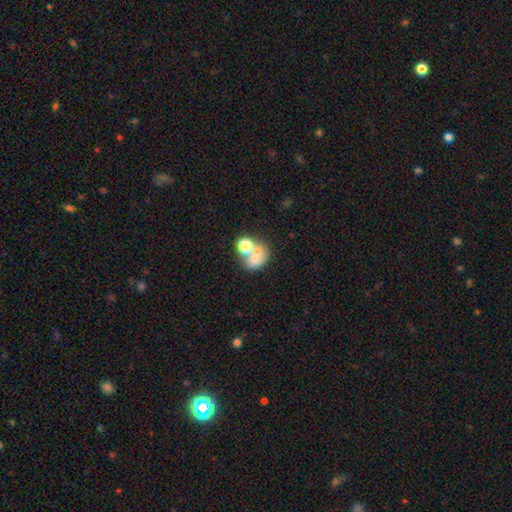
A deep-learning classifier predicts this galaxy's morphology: Smooth or featured: smooth — 60% (featured or disk — 24%)
How rounded: in between — 52% (round — 47%)
Merging: merger — 54% (none — 29%)